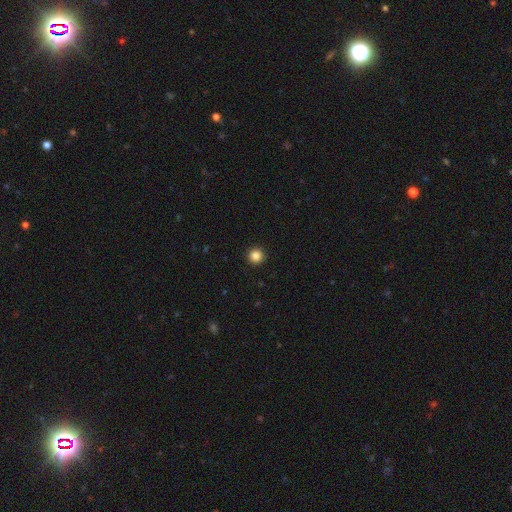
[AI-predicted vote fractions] smooth 86%, star or artifact 11%, featured or disk 4%. Down the decision tree: how rounded — round (96%); merging — none (94%).